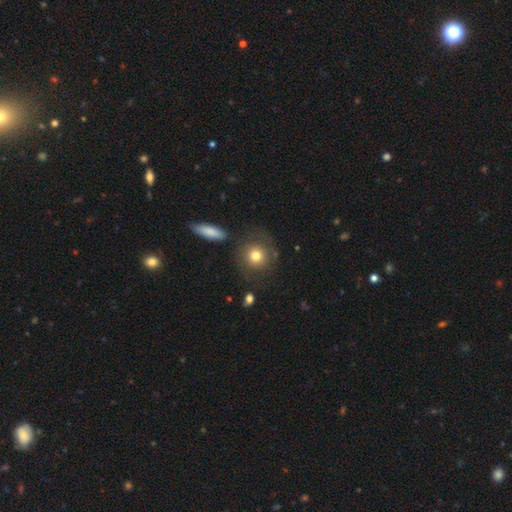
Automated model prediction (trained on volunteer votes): smooth-or-featured: smooth: 73% | featured or disk: 18% | star or artifact: 9%
  how-rounded: round: 87% | in between: 11% | cigar-shaped: 1%
  merging: none: 74% | minor disturbance: 14% | major disturbance: 7% | merger: 5%